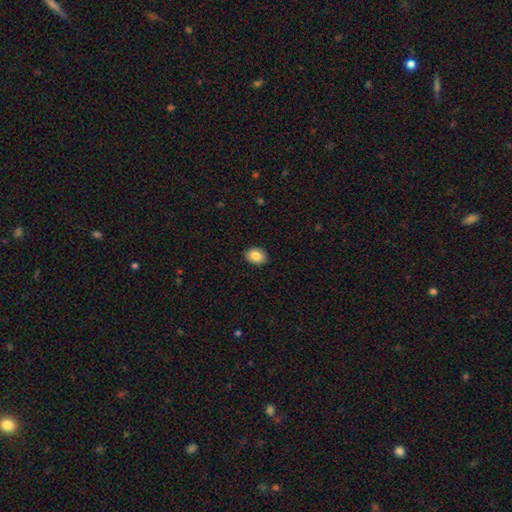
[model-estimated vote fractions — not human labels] Smooth or featured? Predicted: smooth (p=0.86). How rounded? Predicted: in between (p=0.65). Merging? Predicted: none (p=0.89).